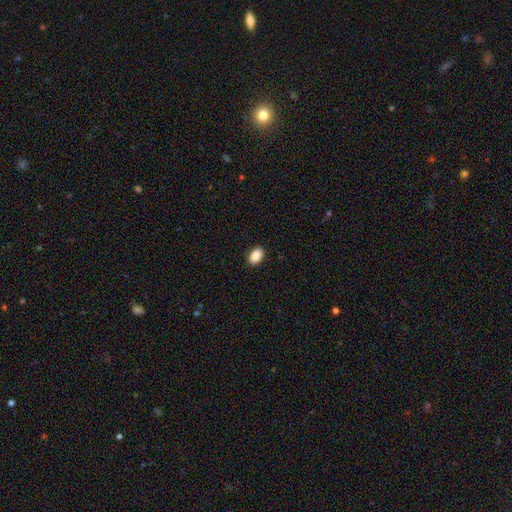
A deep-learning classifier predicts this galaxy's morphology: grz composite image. It shows a smooth galaxy with no disk features (90%) that is in between round and cigar-shaped (90%). Merging: none (90%).